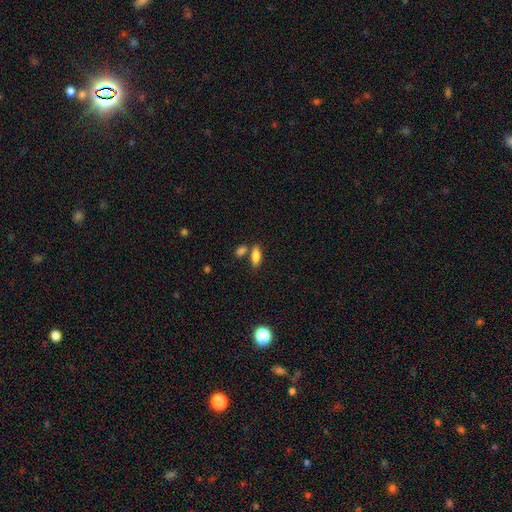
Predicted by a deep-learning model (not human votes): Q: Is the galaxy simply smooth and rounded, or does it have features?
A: smooth — 81%.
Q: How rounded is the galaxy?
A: in between — 74%.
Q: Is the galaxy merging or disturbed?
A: none — 62%.